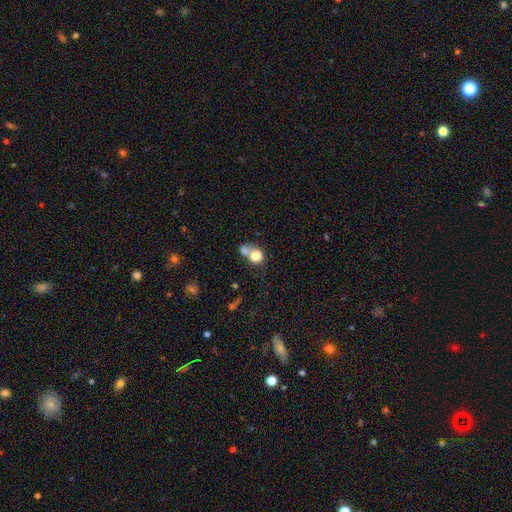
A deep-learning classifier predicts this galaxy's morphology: smooth_or_featured: smooth (p=0.77) [alt: featured or disk p=0.13]
how_rounded: round (p=0.77) [alt: in between p=0.22]
merging: merger (p=0.56) [alt: none p=0.30]